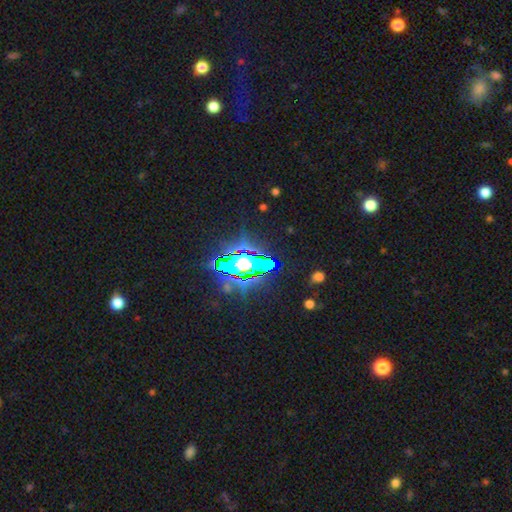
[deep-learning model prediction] A star or artifact, not a galaxy (69%).